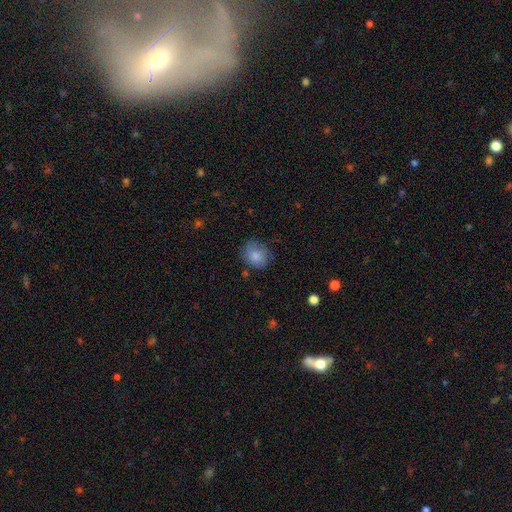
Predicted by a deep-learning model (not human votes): smooth_or_featured: smooth (p=0.82) [alt: featured or disk p=0.10]
how_rounded: round (p=0.62) [alt: in between p=0.37]
merging: none (p=0.71) [alt: minor disturbance p=0.22]